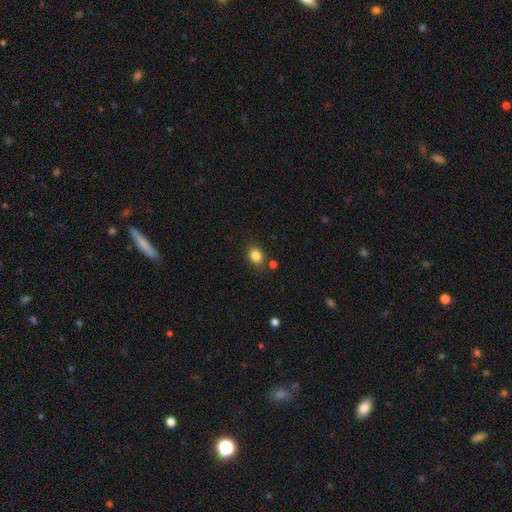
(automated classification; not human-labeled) smooth-or-featured: smooth: 85% | star or artifact: 10% | featured or disk: 5%
  how-rounded: in between: 55% | round: 43% | cigar-shaped: 1%
  merging: none: 79% | minor disturbance: 12% | merger: 6% | major disturbance: 3%